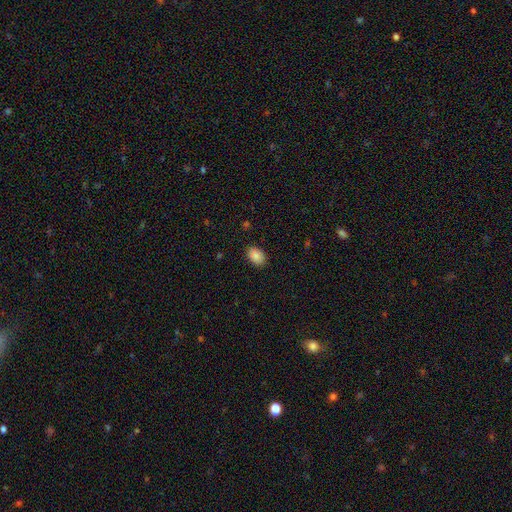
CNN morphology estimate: type=smooth (88%); roundness=in between (87%); merging=none (87%).